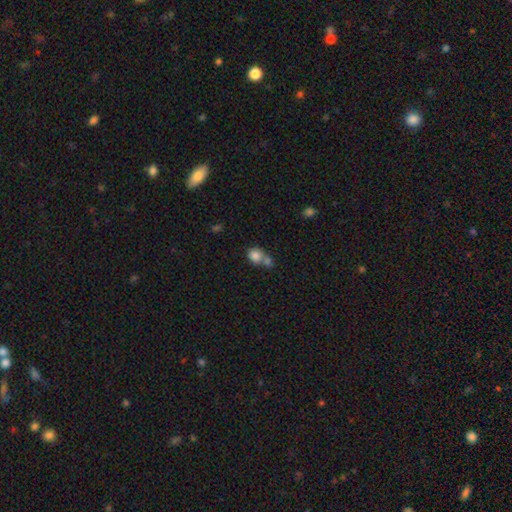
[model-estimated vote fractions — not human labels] smooth_or_featured: smooth (p=0.82) [alt: star or artifact p=0.09]
how_rounded: round (p=0.69) [alt: in between p=0.30]
merging: merger (p=0.51) [alt: none p=0.36]